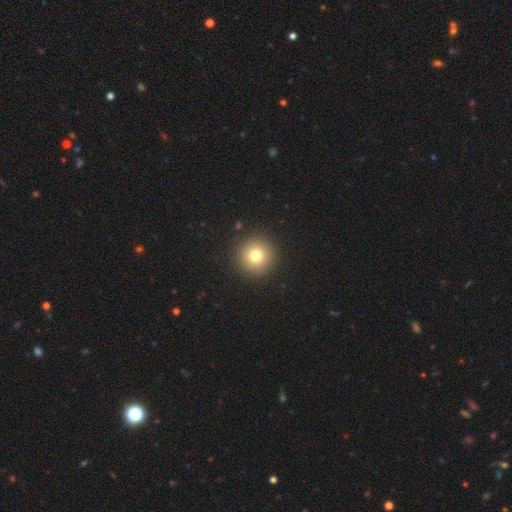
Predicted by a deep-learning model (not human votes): Overall: smooth (78%). How rounded: round (96%). Merging: none (92%).